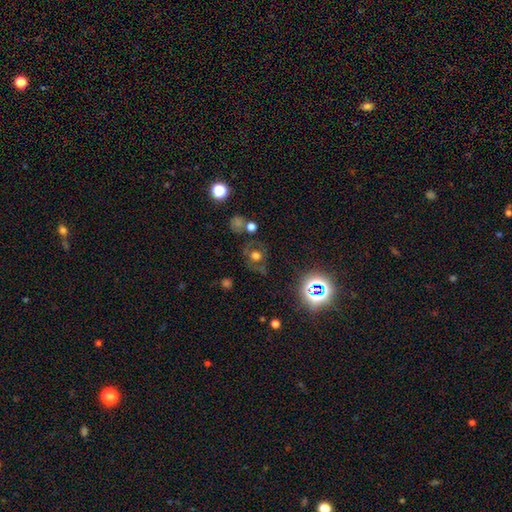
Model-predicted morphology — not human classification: smooth_or_featured: smooth (p=0.45) [alt: featured or disk p=0.29]
merging: none (p=0.66) [alt: minor disturbance p=0.16]